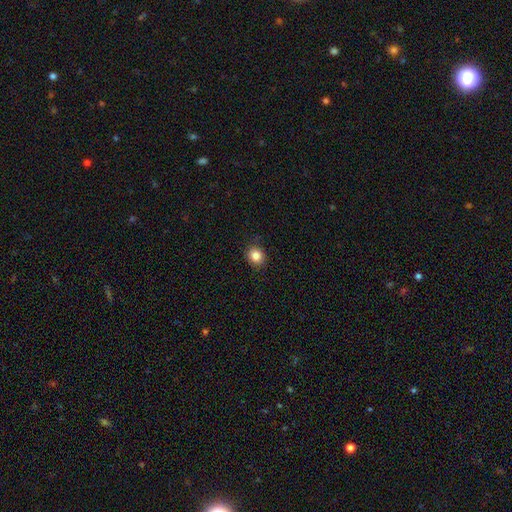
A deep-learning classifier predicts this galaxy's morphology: Overall: smooth (85%). How rounded: round (80%). Merging: none (89%).